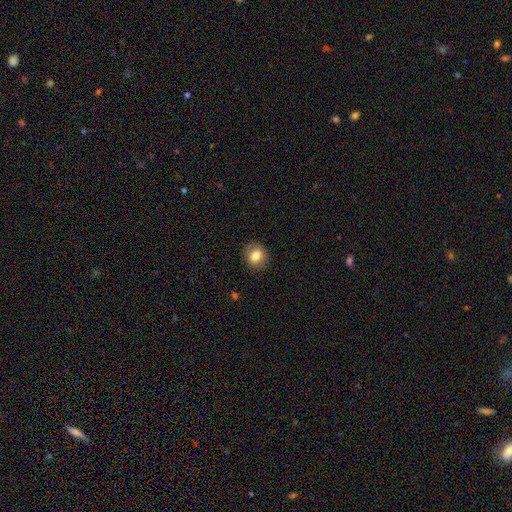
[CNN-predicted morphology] smooth-or-featured: smooth: 81% | featured or disk: 10% | star or artifact: 9%
  how-rounded: round: 72% | in between: 27% | cigar-shaped: 1%
  merging: none: 88% | minor disturbance: 8% | major disturbance: 2% | merger: 1%